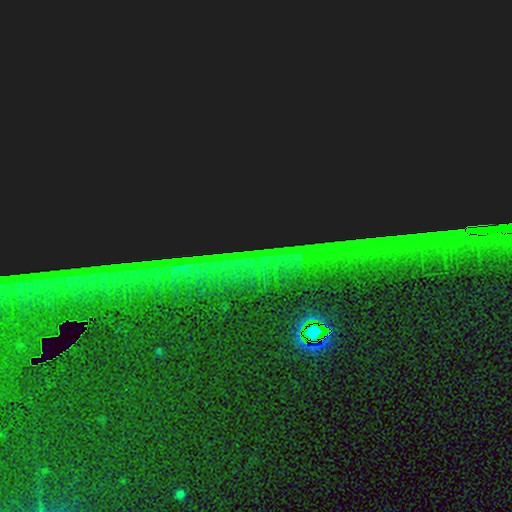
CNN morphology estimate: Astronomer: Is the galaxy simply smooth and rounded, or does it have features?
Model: star or artifact — 85%.